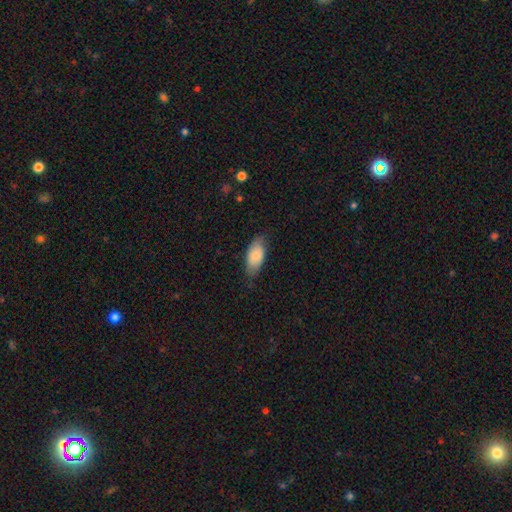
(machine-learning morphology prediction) This is likely a smooth galaxy (78%). How rounded: clearly in between (91%). Merging: likely none (72%).